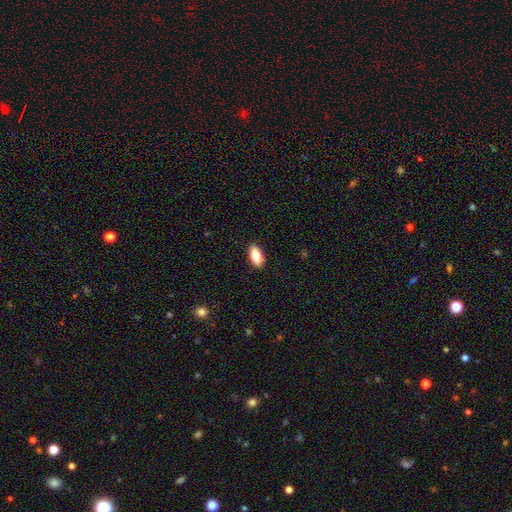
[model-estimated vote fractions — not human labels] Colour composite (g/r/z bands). It shows a smooth galaxy with no disk features (80%) that is in between round and cigar-shaped (89%). Merging: none (89%).